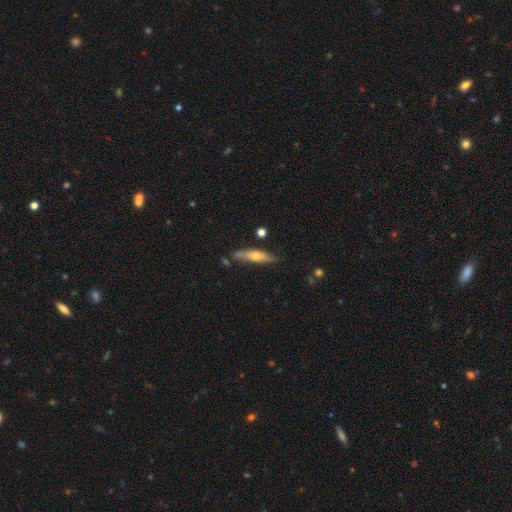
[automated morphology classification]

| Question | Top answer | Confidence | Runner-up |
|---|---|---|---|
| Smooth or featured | smooth | 48% | featured or disk (45%) |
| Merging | none | 74% | minor disturbance (17%) |